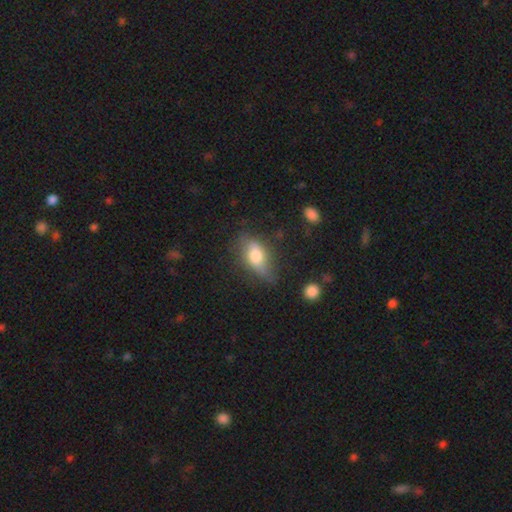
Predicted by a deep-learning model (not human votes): This appears to be a smooth galaxy with no disk features (61%) that is in between round and cigar-shaped (78%). Merging: none (60%).